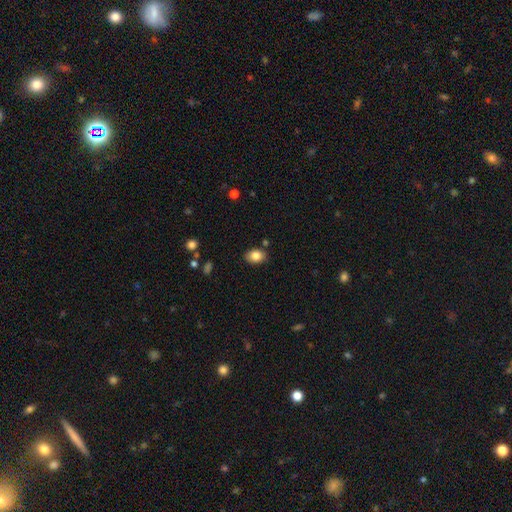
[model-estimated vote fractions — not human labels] Overall: smooth (84%). How rounded: in between (77%). Merging: none (84%).